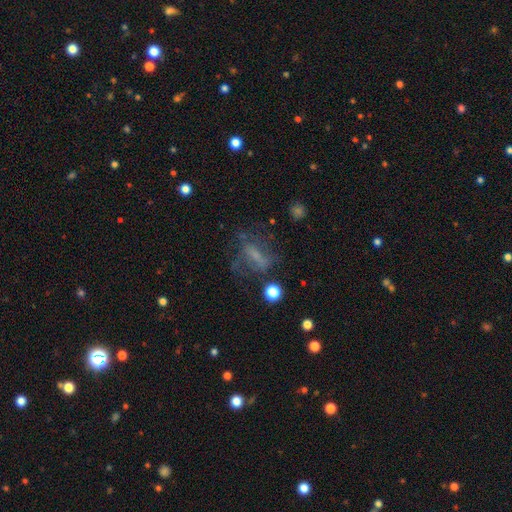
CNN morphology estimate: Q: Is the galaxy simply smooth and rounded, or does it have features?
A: featured or disk — 45%.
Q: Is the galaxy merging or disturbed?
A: none — 49%.